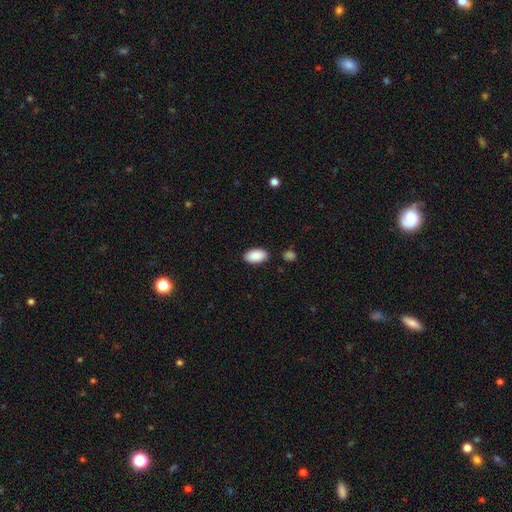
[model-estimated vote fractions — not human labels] This appears to be a smooth galaxy with no disk features (91%) that is in between round and cigar-shaped (95%). Merging: none (86%).